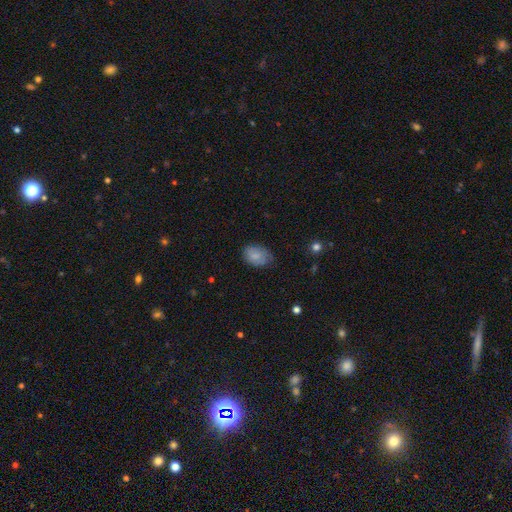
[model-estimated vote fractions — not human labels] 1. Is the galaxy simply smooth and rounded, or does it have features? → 78% smooth, 14% featured or disk, 8% star or artifact.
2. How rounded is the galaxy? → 81% in between, 18% round, 1% cigar-shaped.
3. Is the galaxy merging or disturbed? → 65% none, 28% minor disturbance, 6% major disturbance, 1% merger.